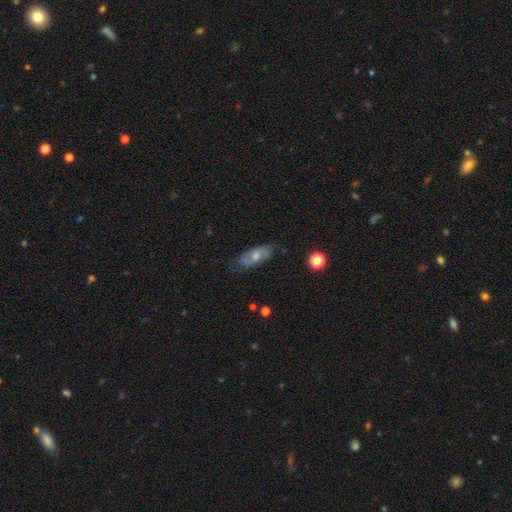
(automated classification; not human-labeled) Smooth or featured?
  - smooth: 54% *
  - featured or disk: 38%
  - star or artifact: 7%
How rounded?
  - in between: 76% *
  - cigar-shaped: 20%
  - round: 4%
Merging?
  - none: 73% *
  - minor disturbance: 20%
  - major disturbance: 5%
  - merger: 2%